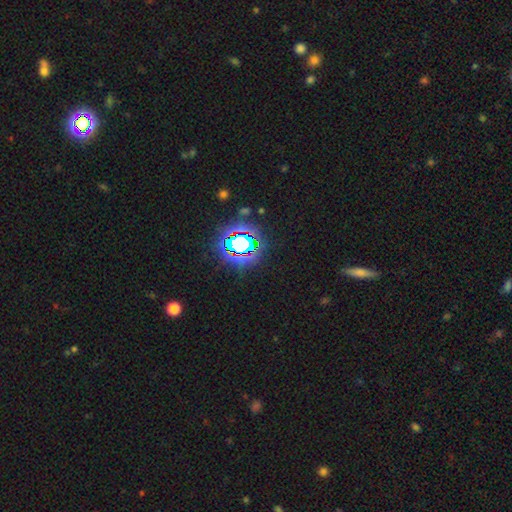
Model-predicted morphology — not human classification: Overall: star or artifact (78%).